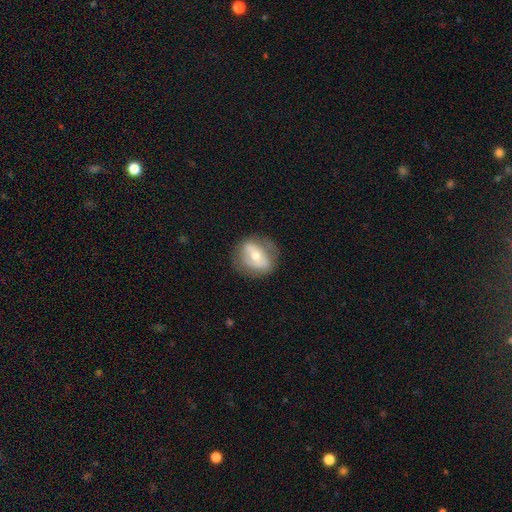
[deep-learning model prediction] Q: Smooth or featured?
A: featured or disk (52%); runner-up: smooth (40%)
Q: Edge-on disk?
A: no (90%); runner-up: yes (10%)
Q: Merging?
A: none (71%); runner-up: minor disturbance (19%)